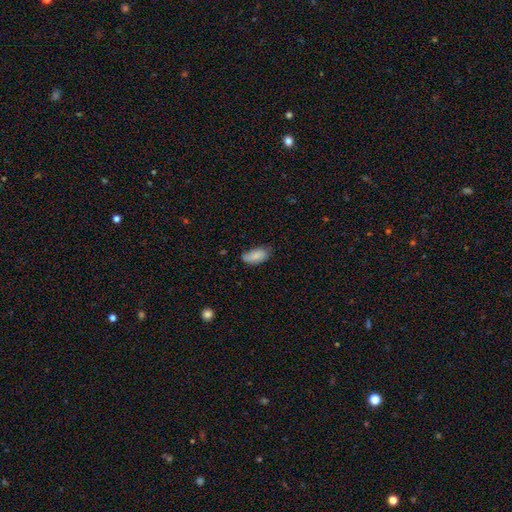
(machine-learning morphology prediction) Overall: smooth (85%). How rounded: in between (91%). Merging: none (65%; minor disturbance 28%).